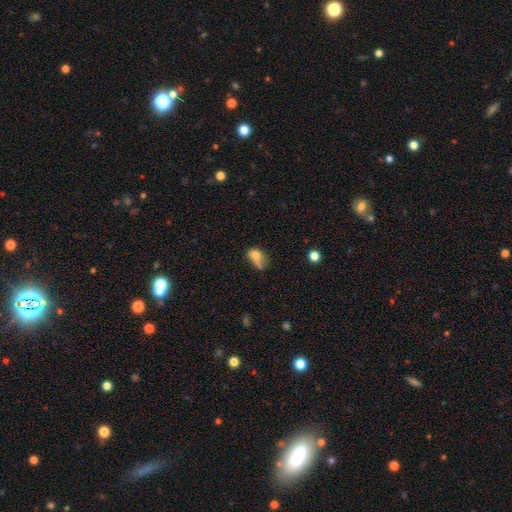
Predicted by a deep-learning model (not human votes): smooth_or_featured: smooth (p=0.71) [alt: featured or disk p=0.18]
how_rounded: in between (p=0.70) [alt: round p=0.28]
merging: none (p=0.26) [tied with: major disturbance p=0.26]